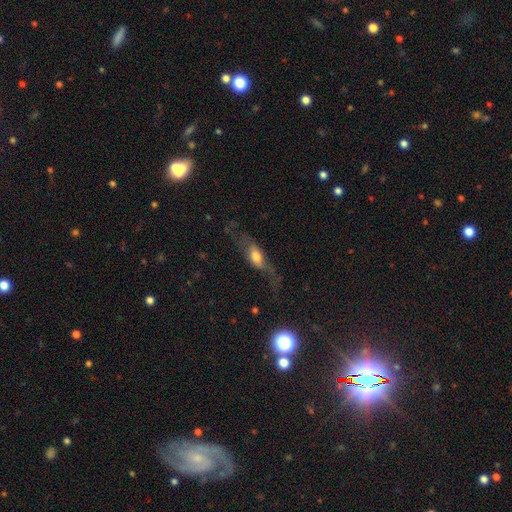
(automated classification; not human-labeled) Smooth or featured? Predicted: featured or disk (p=0.47). Merging? Predicted: none (p=0.40).